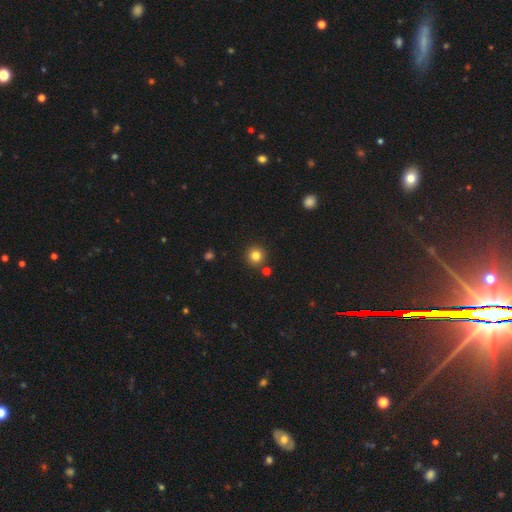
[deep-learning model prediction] Smooth or featured? smooth (82%)
How rounded? round (94%)
Merging? none (87%)